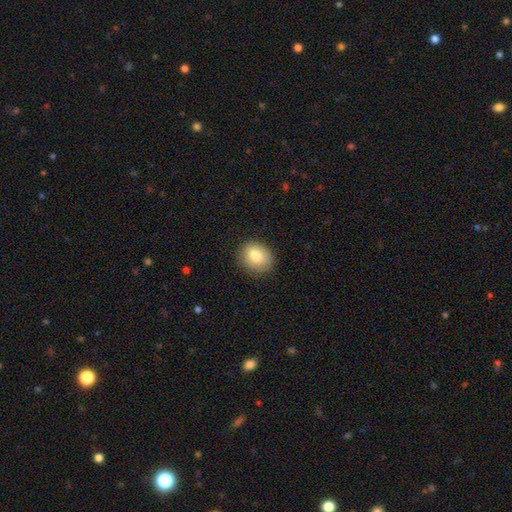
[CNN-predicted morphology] Q: Smooth or featured?
A: smooth (82%); runner-up: featured or disk (10%)
Q: How rounded?
A: round (55%); runner-up: in between (44%)
Q: Merging?
A: none (85%); runner-up: minor disturbance (11%)